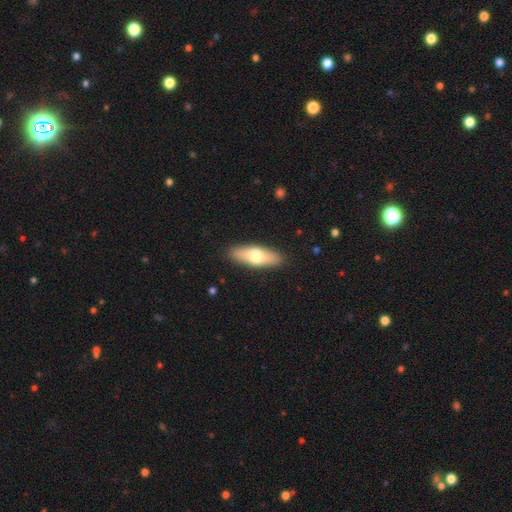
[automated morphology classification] Smooth or featured? Predicted: smooth (p=0.63). How rounded? Predicted: in between (p=0.60). Merging? Predicted: none (p=0.88).